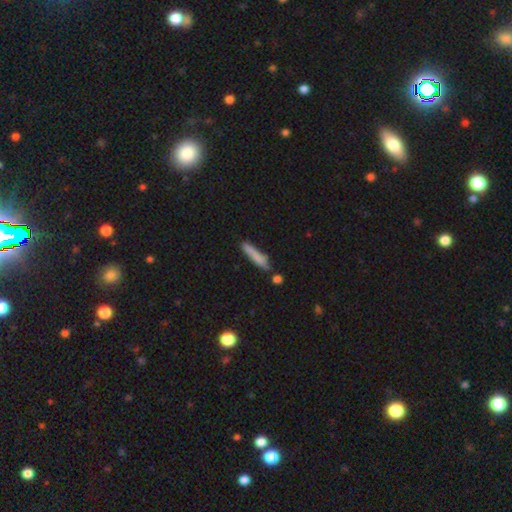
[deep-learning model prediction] Smooth or featured? smooth (75%)
How rounded? cigar-shaped (91%)
Merging? none (67%)